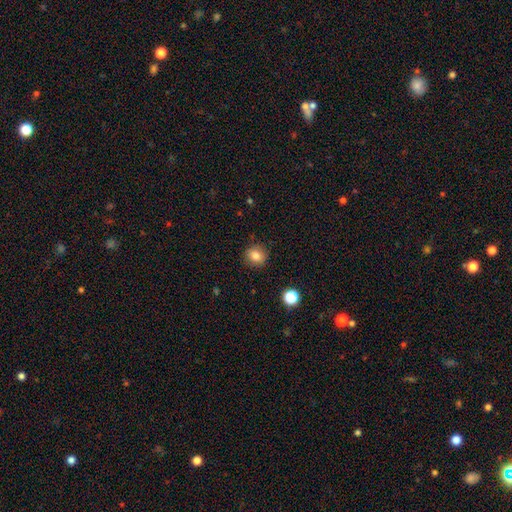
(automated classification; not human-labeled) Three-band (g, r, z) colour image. It shows a smooth galaxy with no disk features (81%) that is round (86%). Merging: none (89%).